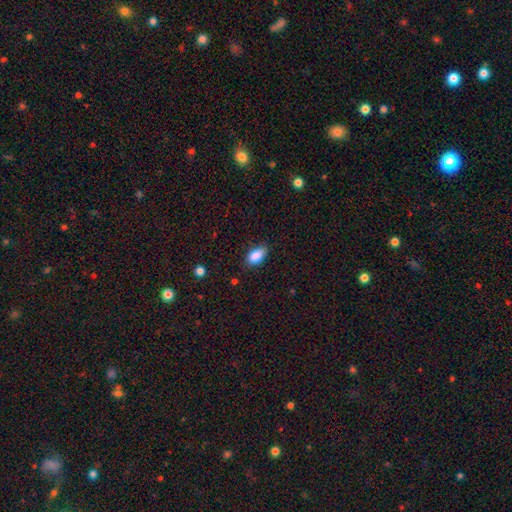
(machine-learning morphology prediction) The model was most divided on "merging": none: 77%, minor disturbance: 18%, major disturbance: 3%, merger: 1%. More confident: how rounded — in between (91%); smooth or featured — smooth (88%).